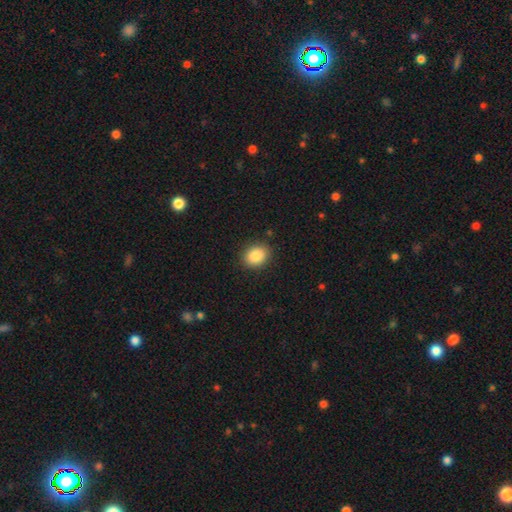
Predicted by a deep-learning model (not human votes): Smooth or featured?
  - smooth: 87% *
  - star or artifact: 8%
  - featured or disk: 4%
How rounded?
  - in between: 52% *
  - round: 47%
  - cigar-shaped: 1%
Merging?
  - none: 88% *
  - minor disturbance: 8%
  - major disturbance: 2%
  - merger: 1%